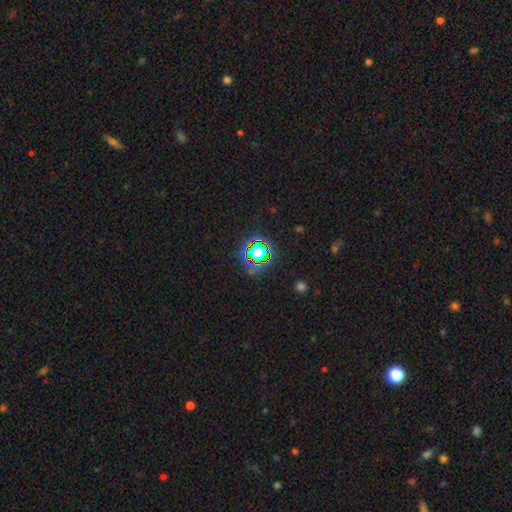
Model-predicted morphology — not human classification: star or artifact 63%, smooth 26%, featured or disk 11%.